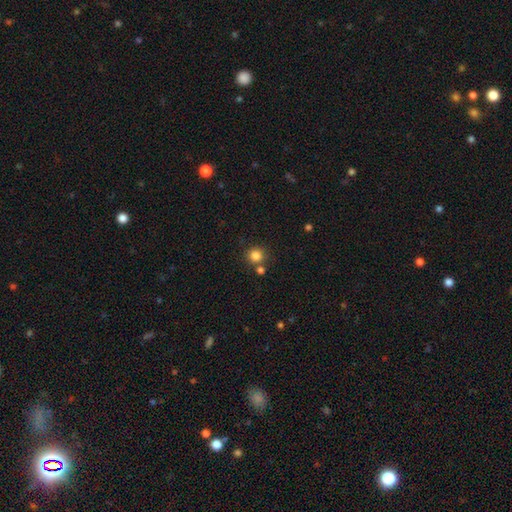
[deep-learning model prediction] Overall: smooth (83%). How rounded: round (90%). Merging: none (74%).